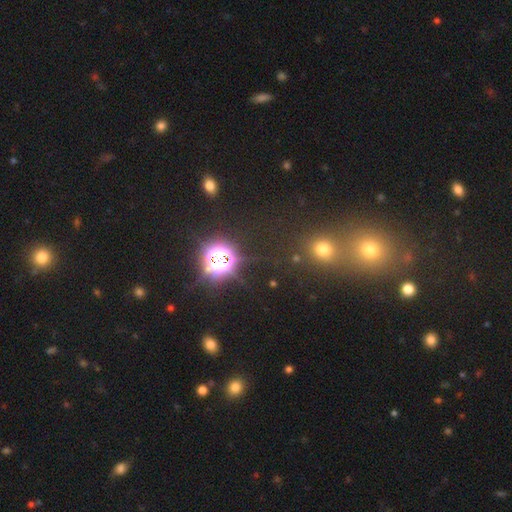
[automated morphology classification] A star or artifact, not a galaxy (58%).